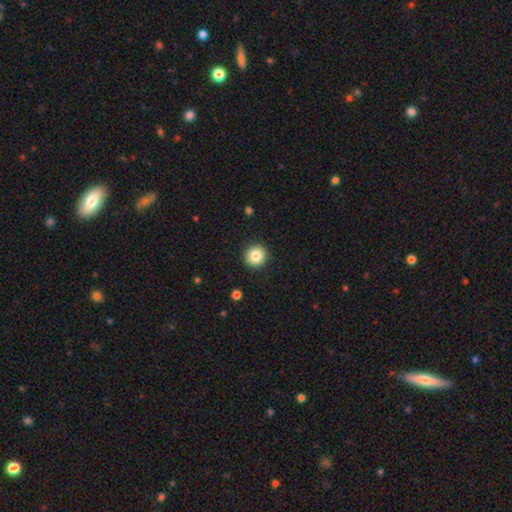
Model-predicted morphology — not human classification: smooth-or-featured: smooth: 83% | star or artifact: 10% | featured or disk: 8%
  how-rounded: round: 93% | in between: 6% | cigar-shaped: 1%
  merging: none: 91% | minor disturbance: 6% | major disturbance: 2% | merger: 1%